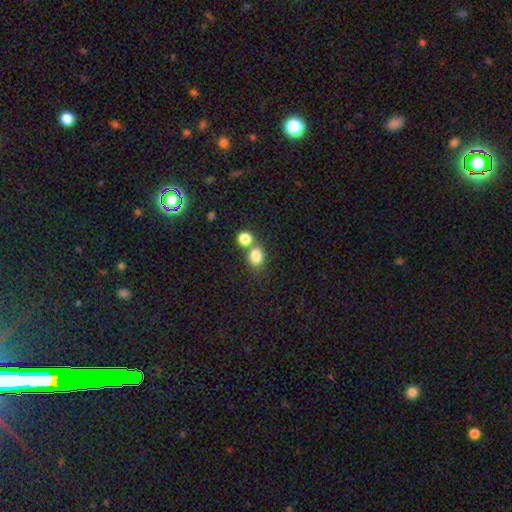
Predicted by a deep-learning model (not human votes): This is clearly a smooth galaxy (81%). How rounded: likely round (62%). Merging: possibly none (53%).